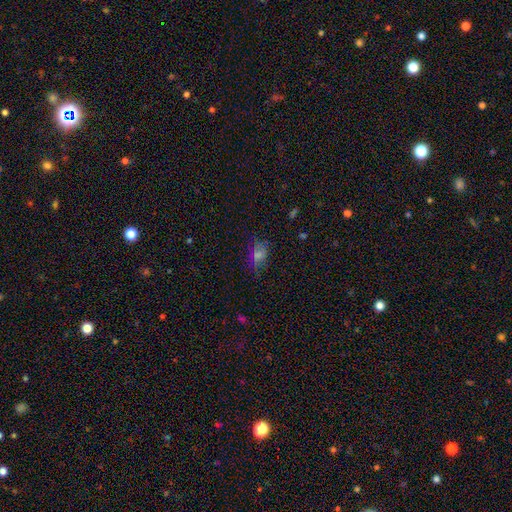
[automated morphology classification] Smooth or featured? Predicted: smooth (p=0.67). How rounded? Predicted: in between (p=0.78). Merging? Predicted: none (p=0.66).